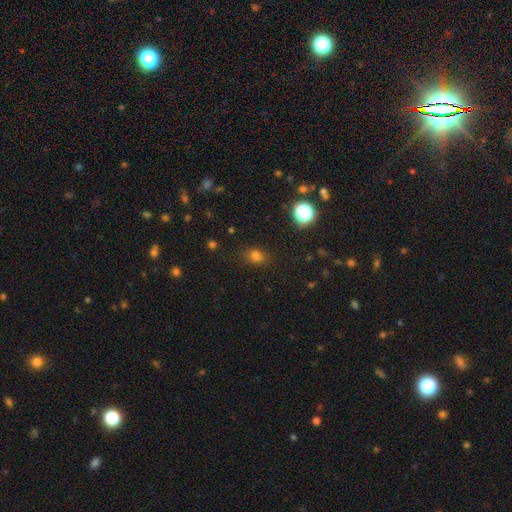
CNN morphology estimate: type=smooth (73%); roundness=round (50%); merging=none (81%).